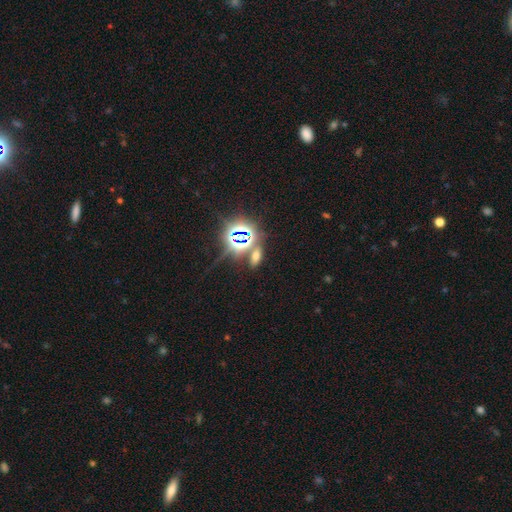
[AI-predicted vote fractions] Smooth or featured?
  - star or artifact: 48% *
  - smooth: 41%
  - featured or disk: 11%